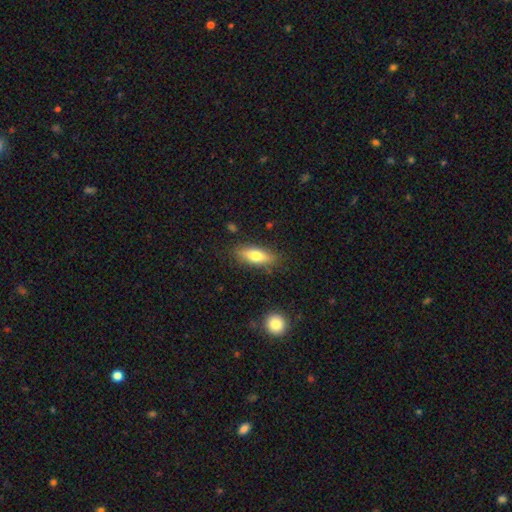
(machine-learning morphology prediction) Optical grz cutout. It shows a smooth galaxy with no disk features (72%) that is in between round and cigar-shaped (63%). Merging: none (83%).